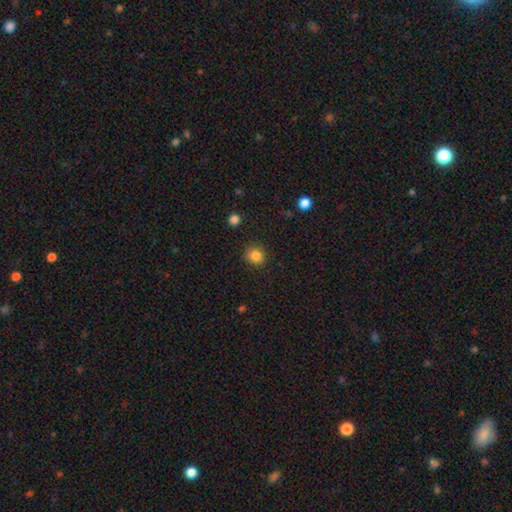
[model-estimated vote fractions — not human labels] A smooth galaxy with no disk features (85%) that is round (84%). Merging: none (88%).